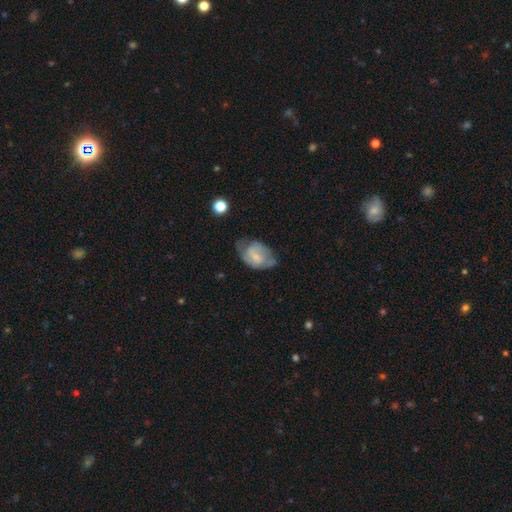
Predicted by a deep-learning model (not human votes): Smooth or featured? featured or disk (51%)
Edge-on disk? no (96%)
Merging? none (39%)